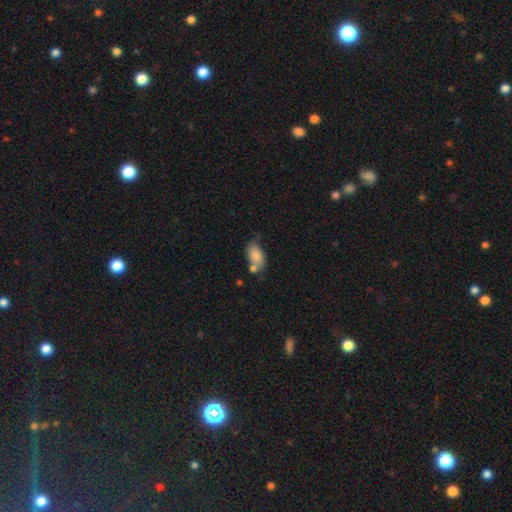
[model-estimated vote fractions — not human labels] smooth_or_featured: smooth (p=0.80) [alt: featured or disk p=0.12]
how_rounded: in between (p=0.90) [alt: round p=0.08]
merging: none (p=0.42) [alt: merger p=0.25]